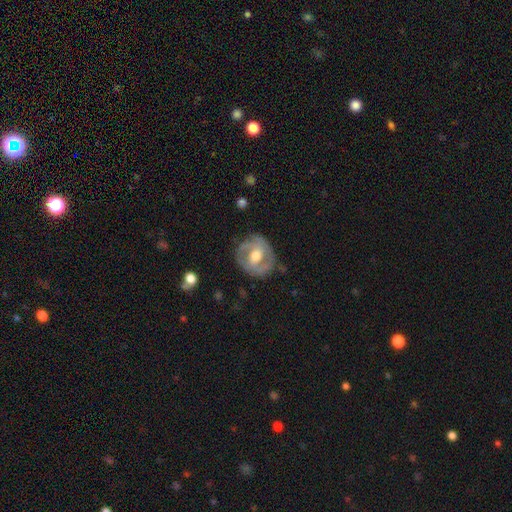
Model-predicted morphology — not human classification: smooth_or_featured: featured or disk (p=0.72) [alt: smooth p=0.22]
disk_edge_on: no (p=0.97) [alt: yes p=0.03]
bar: weak (p=0.44) [alt: no p=0.42]
has_spiral_arms: yes (p=0.78) [alt: no p=0.22]
spiral_winding: tight (p=0.43) [alt: medium p=0.42]
spiral_arm_count: 2 (p=0.61) [alt: can't tell p=0.19]
bulge_size: moderate (p=0.74) [alt: large p=0.13]
merging: none (p=0.75) [alt: minor disturbance p=0.18]